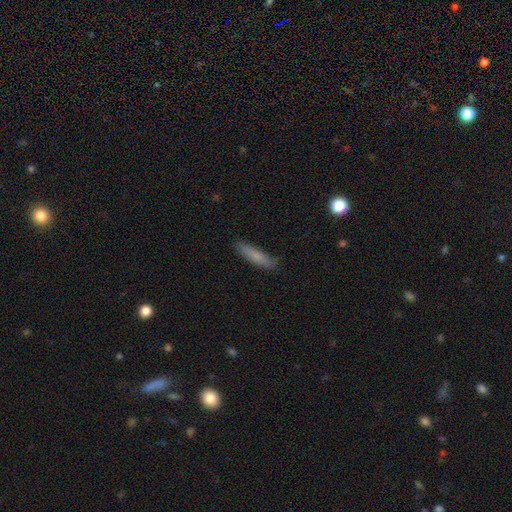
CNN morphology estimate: Smooth or featured? smooth (78%)
How rounded? cigar-shaped (81%)
Merging? none (86%)